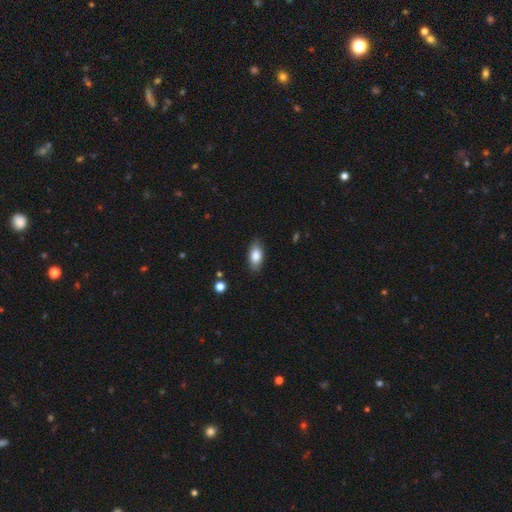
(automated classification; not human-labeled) Smooth or featured?
  - smooth: 82% *
  - featured or disk: 11%
  - star or artifact: 7%
How rounded?
  - in between: 89% *
  - cigar-shaped: 7%
  - round: 4%
Merging?
  - none: 84% *
  - minor disturbance: 12%
  - major disturbance: 2%
  - merger: 1%